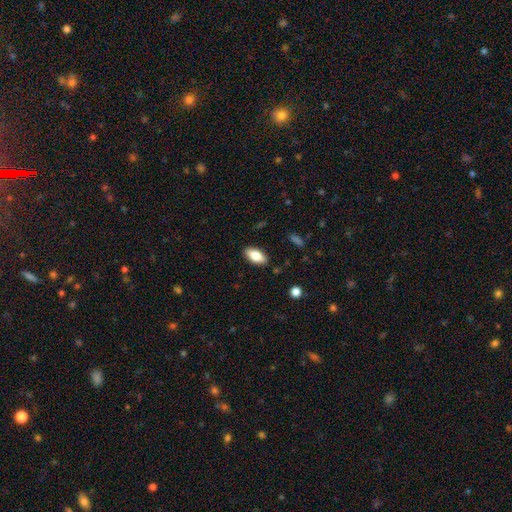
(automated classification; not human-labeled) This is clearly a smooth galaxy (80%). How rounded: clearly in between (90%). Merging: clearly none (88%).